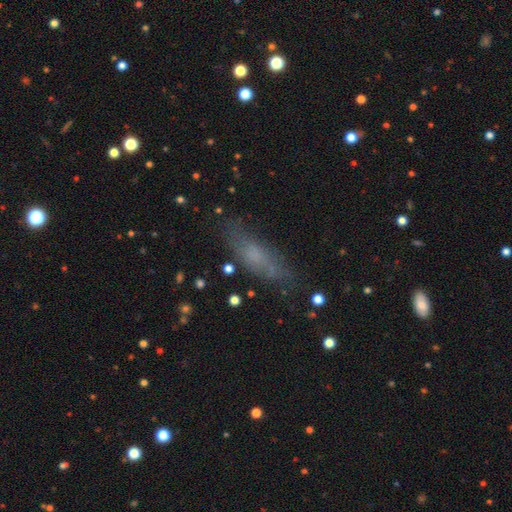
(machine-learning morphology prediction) smooth_or_featured: smooth (p=0.57) [alt: featured or disk p=0.29]
how_rounded: cigar-shaped (p=0.53) [alt: in between p=0.44]
merging: none (p=0.70) [alt: minor disturbance p=0.20]